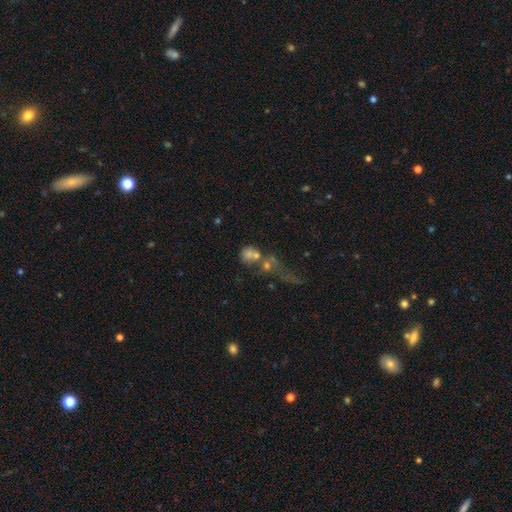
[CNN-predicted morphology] Q: Smooth or featured?
A: smooth (45%); runner-up: featured or disk (28%)
Q: Merging?
A: merger (48%); runner-up: none (29%)